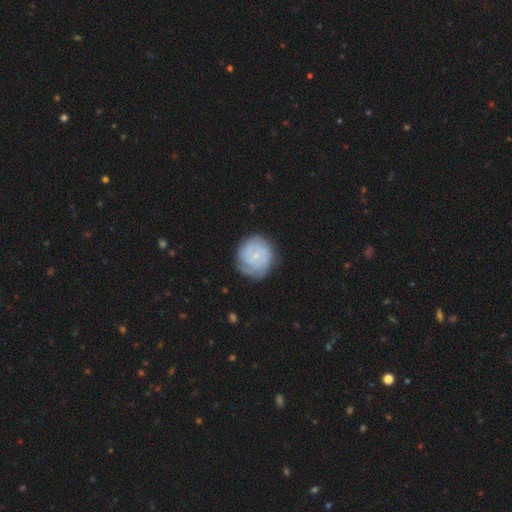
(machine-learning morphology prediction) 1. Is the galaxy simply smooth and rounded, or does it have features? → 70% featured or disk, 23% smooth, 6% star or artifact.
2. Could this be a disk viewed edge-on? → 98% no, 2% yes.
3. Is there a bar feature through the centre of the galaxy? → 72% no, 24% weak, 3% strong.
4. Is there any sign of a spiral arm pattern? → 92% yes, 8% no.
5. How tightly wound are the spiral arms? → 70% tight, 23% medium, 7% loose.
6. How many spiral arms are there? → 38% can't tell, 21% 3, 16% 2, 13% 4, 6% 1, 6% more than 4.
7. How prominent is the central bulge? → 79% small, 11% moderate, 8% none, 1% large, 1% dominant.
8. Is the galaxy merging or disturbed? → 73% none, 19% minor disturbance, 7% major disturbance, 2% merger.